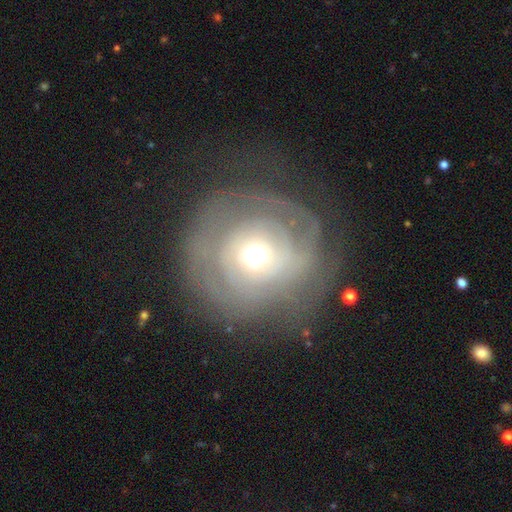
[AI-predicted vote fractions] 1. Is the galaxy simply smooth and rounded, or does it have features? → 71% featured or disk, 21% smooth, 8% star or artifact.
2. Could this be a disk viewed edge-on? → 96% no, 4% yes.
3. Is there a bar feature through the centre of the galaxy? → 80% no, 15% weak, 5% strong.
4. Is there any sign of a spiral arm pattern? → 72% yes, 28% no.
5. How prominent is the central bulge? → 60% moderate, 30% small, 8% large, 1% dominant, 1% none.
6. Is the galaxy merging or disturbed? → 64% none, 18% minor disturbance, 16% major disturbance, 2% merger.